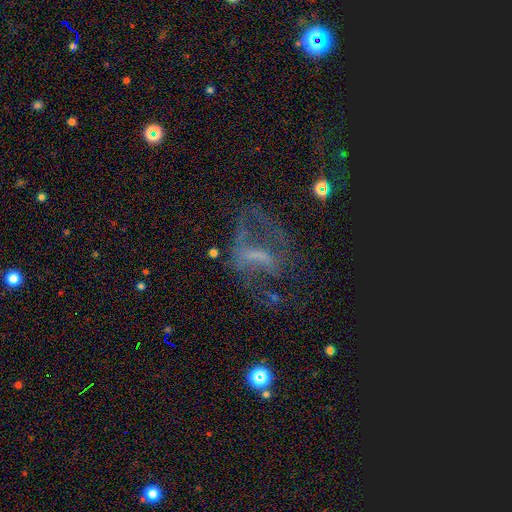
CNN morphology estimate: featured or disk 60%, star or artifact 23%, smooth 17%. Down the decision tree: edge-on disk — no (94%); bar — no (38%); spiral arms — no (51%); bulge size — none (56%); merging — major disturbance (42%).